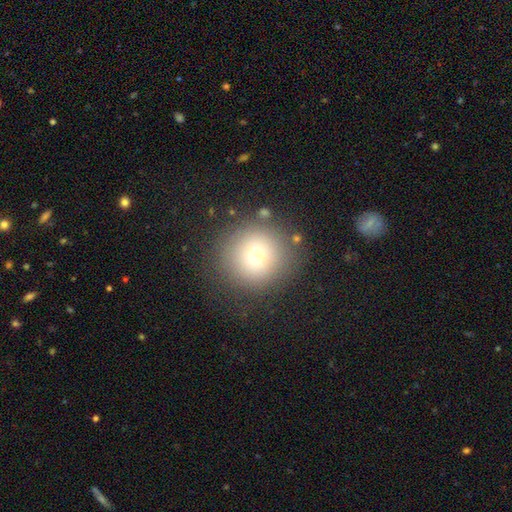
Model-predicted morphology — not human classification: Smooth or featured? Predicted: smooth (p=0.70). How rounded? Predicted: round (p=0.94). Merging? Predicted: none (p=0.84).